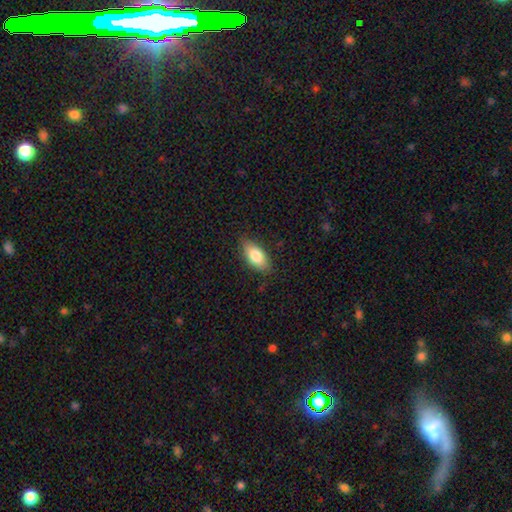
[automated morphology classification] Smooth or featured: smooth — 80% (featured or disk — 13%)
How rounded: in between — 88% (cigar-shaped — 9%)
Merging: none — 82% (minor disturbance — 14%)